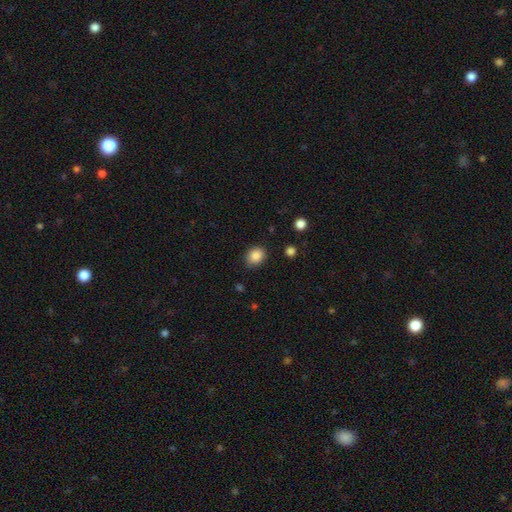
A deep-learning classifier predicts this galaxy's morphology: The model was most divided on "how rounded": round: 57%, in between: 42%, cigar-shaped: 1%. More confident: smooth or featured — smooth (86%); merging — none (84%).